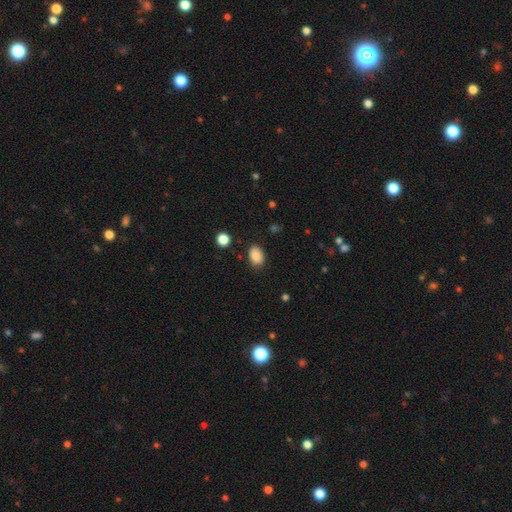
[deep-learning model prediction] A smooth galaxy with no disk features (87%) that is in between round and cigar-shaped (80%).

Vote fractions:
- Smooth or featured? smooth: 87% / star or artifact: 9% / featured or disk: 4%
- How rounded? in between: 80% / round: 19% / cigar-shaped: 1%
- Merging? none: 81% / minor disturbance: 14% / major disturbance: 3% / merger: 2%